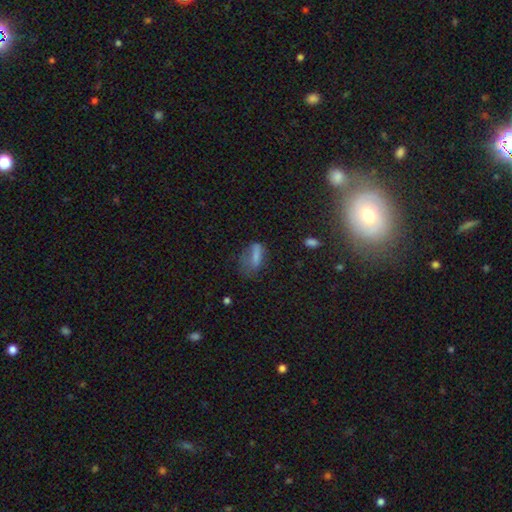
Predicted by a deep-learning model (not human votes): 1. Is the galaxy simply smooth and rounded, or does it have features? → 68% smooth, 19% featured or disk, 13% star or artifact.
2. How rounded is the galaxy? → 66% in between, 27% cigar-shaped, 7% round.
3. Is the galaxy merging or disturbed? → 35% none, 34% major disturbance, 27% minor disturbance, 4% merger.